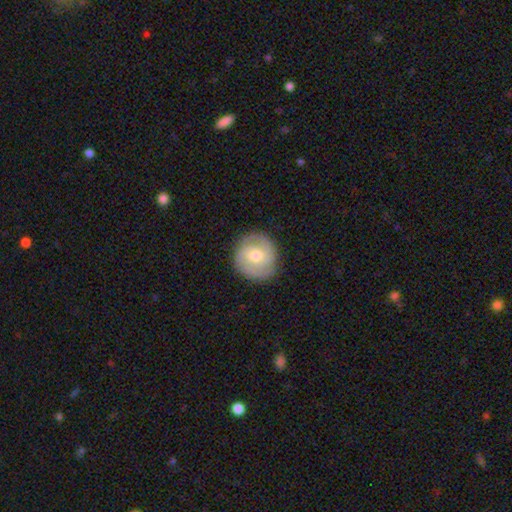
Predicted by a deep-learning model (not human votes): Smooth or featured? featured or disk (54%)
Edge-on disk? no (97%)
Bar? no (62%)
Spiral arms? yes (81%)
Bulge size? moderate (64%)
Merging? none (85%)